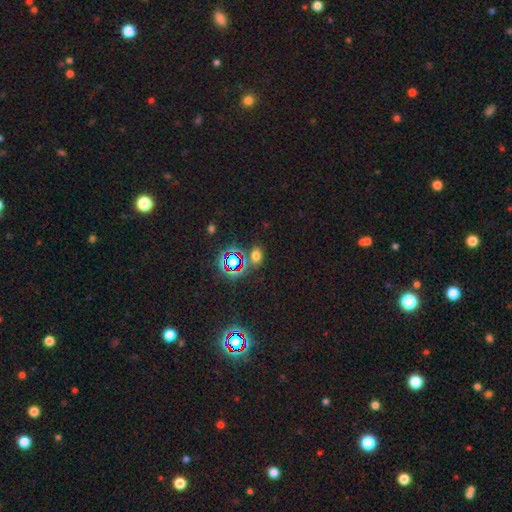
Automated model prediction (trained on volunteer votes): Smooth or featured? smooth (56%)
How rounded? in between (64%)
Merging? none (75%)